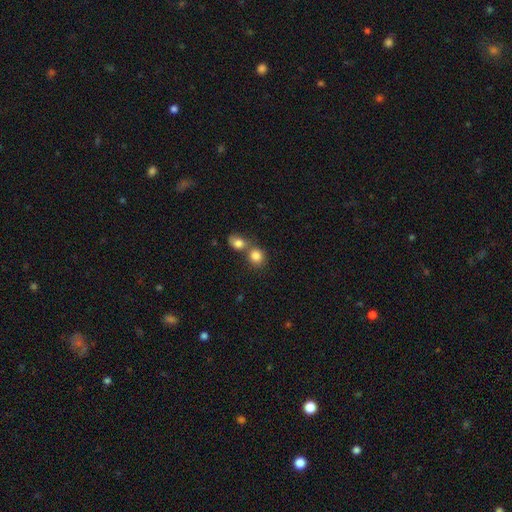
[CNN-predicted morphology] This is clearly a smooth galaxy (83%). How rounded: likely round (76%). Merging: possibly merger (52%).